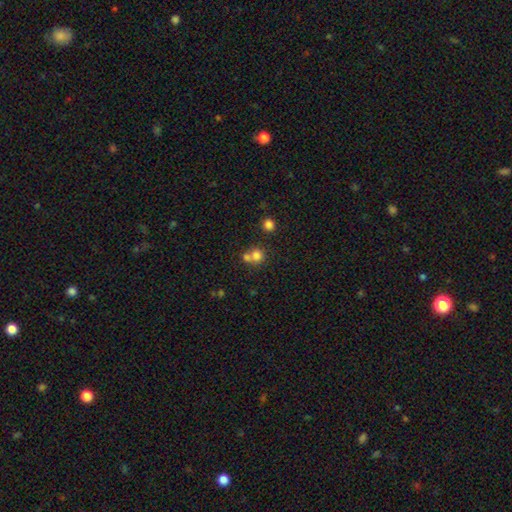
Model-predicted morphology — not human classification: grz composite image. It shows a smooth galaxy with no disk features (76%) that is round (84%). Merging: merger (48%).